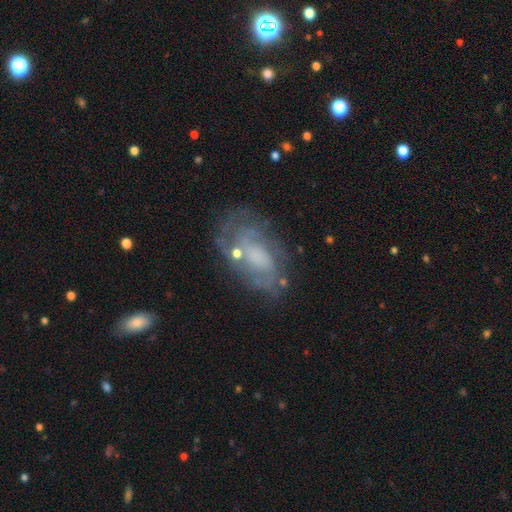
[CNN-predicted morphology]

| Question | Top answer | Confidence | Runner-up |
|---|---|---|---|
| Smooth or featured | featured or disk | 71% | smooth (20%) |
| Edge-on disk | no | 95% | yes (5%) |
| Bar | no | 64% | weak (30%) |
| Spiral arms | yes | 78% | no (22%) |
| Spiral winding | tight | 44% | medium (38%) |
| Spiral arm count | can't tell | 45% | 2 (27%) |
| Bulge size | none | 30% | tied: small (30%), moderate (30%) |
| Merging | none | 60% | minor disturbance (20%) |